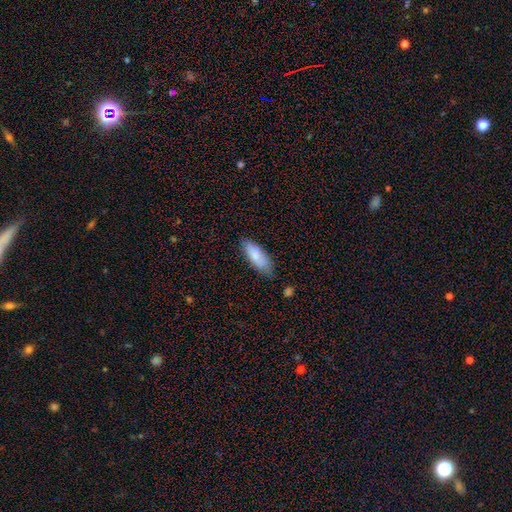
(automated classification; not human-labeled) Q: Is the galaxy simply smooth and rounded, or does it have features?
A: smooth — 80%.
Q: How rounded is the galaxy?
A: in between — 74%.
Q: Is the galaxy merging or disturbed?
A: none — 77%.